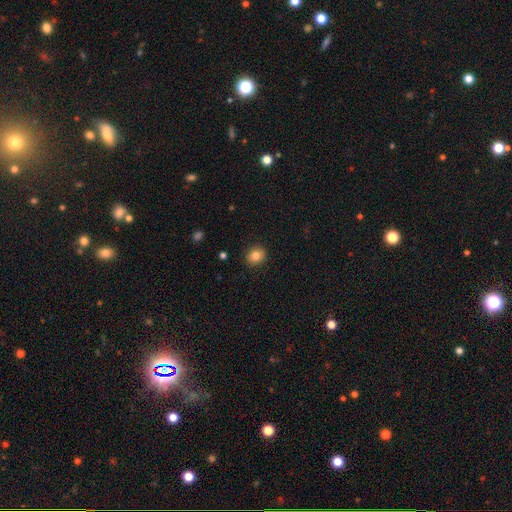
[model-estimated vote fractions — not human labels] Smooth or featured: smooth — 83% (star or artifact — 10%)
How rounded: round — 77% (in between — 22%)
Merging: none — 90% (minor disturbance — 7%)